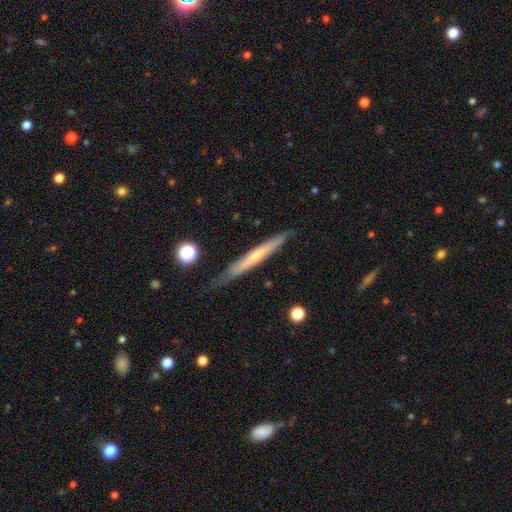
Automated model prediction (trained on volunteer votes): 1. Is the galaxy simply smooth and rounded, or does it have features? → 54% featured or disk, 40% smooth, 6% star or artifact.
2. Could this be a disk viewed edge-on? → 93% yes, 7% no.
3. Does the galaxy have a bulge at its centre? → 54% none, 43% rounded, 3% boxy.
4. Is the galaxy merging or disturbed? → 80% none, 16% minor disturbance, 3% major disturbance, 2% merger.